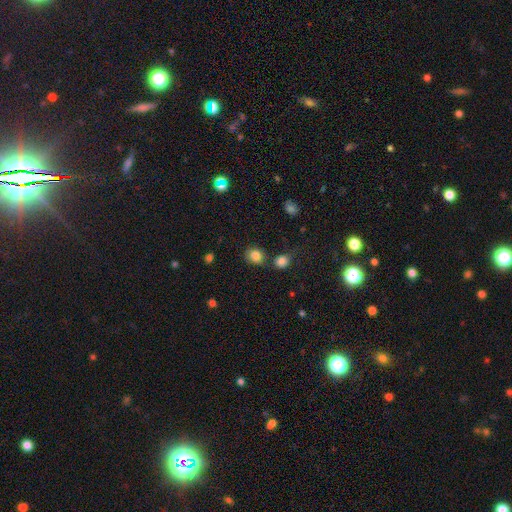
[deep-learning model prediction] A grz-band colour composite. It shows a smooth galaxy with no disk features (83%) that is round (72%). Merging: none (71%).